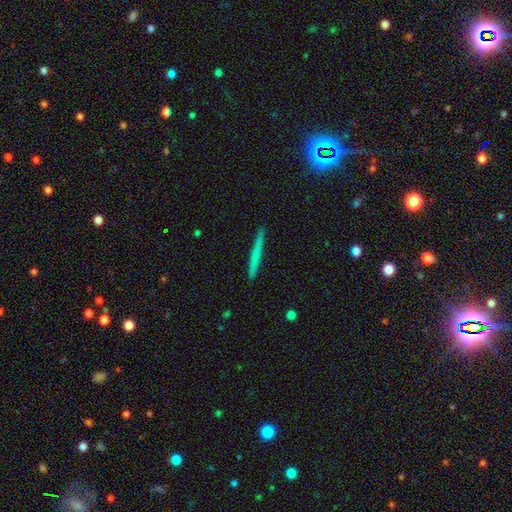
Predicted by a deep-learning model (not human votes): smooth-or-featured: smooth: 57% | featured or disk: 36% | star or artifact: 7%
  how-rounded: cigar-shaped: 96% | in between: 2% | round: 2%
  merging: none: 92% | minor disturbance: 6% | major disturbance: 1% | merger: 1%